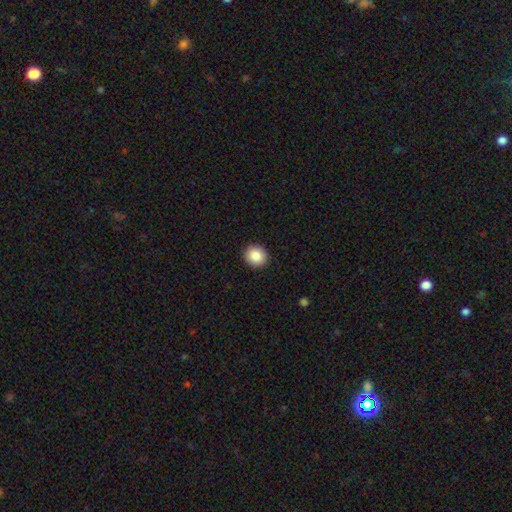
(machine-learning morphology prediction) Smooth or featured? Predicted: smooth (p=0.86). How rounded? Predicted: round (p=0.82). Merging? Predicted: none (p=0.92).